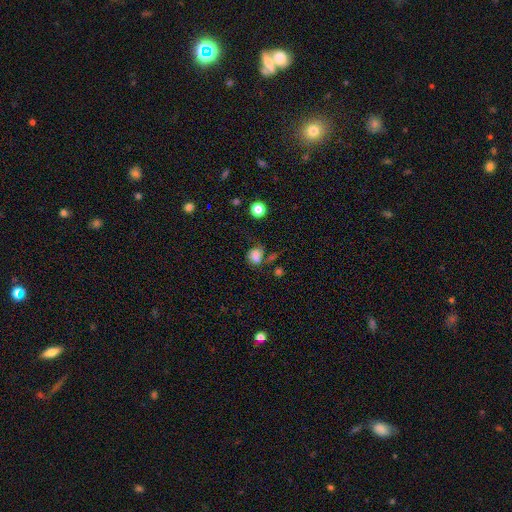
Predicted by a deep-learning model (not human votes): This appears to be a smooth galaxy with no disk features (71%) that is in between round and cigar-shaped (50%). Merging: none (41%).